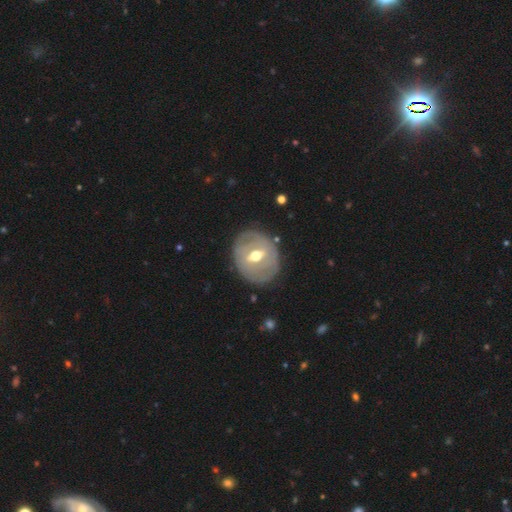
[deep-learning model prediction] Smooth or featured? Predicted: featured or disk (p=0.71). Edge-on disk? Predicted: no (p=0.93). Bar? Predicted: weak (p=0.48). Spiral arms? Predicted: no (p=0.52). Bulge size? Predicted: moderate (p=0.77). Merging? Predicted: none (p=0.78).